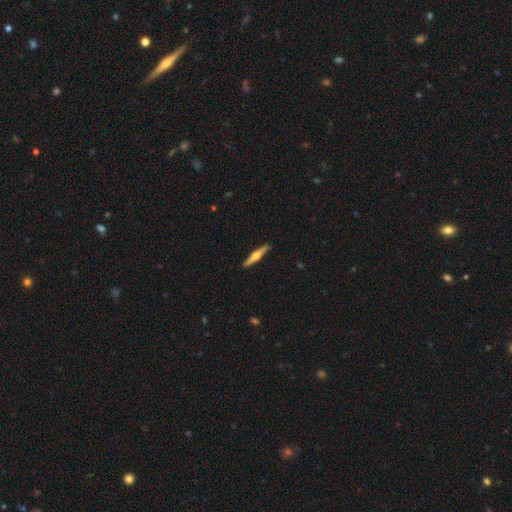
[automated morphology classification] smooth-or-featured: featured or disk: 68% | smooth: 27% | star or artifact: 5%
  disk-edge-on: yes: 98% | no: 2%
    edge-on-bulge: rounded: 92% | boxy: 4% | none: 3%
  merging: none: 91% | minor disturbance: 7% | major disturbance: 1% | merger: 1%